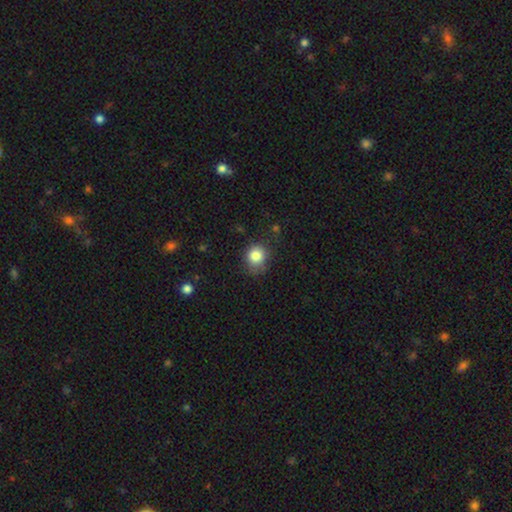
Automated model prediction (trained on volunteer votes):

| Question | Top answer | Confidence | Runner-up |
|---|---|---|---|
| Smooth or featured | smooth | 83% | star or artifact (10%) |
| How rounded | round | 77% | in between (22%) |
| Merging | none | 70% | minor disturbance (22%) |